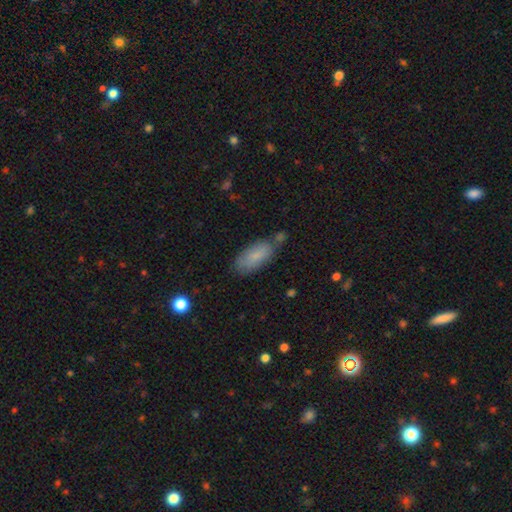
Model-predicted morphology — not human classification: A smooth galaxy with no disk features (81%) that is in between round and cigar-shaped (84%). Merging: none (67%).